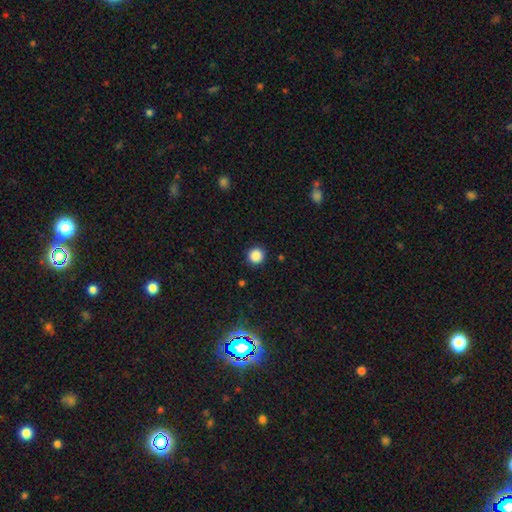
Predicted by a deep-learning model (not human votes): The model was most divided on "smooth or featured": smooth: 87%, star or artifact: 11%, featured or disk: 3%. More confident: how rounded — round (94%); merging — none (91%).